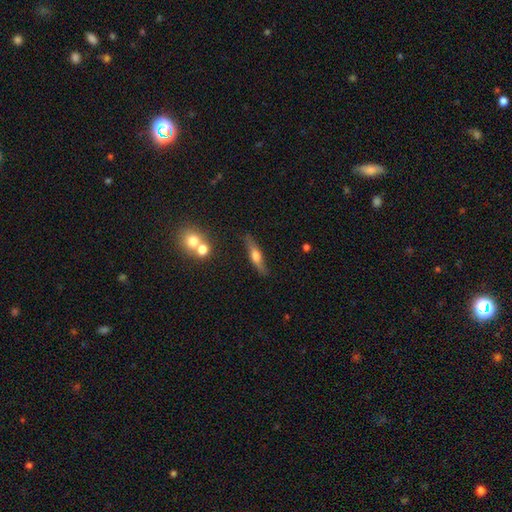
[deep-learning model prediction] A featured or disk galaxy (53%) viewed edge-on (88%). Merging: none (79%).